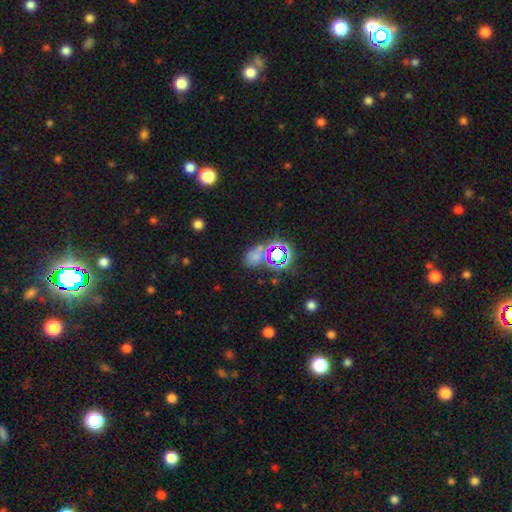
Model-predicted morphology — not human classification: smooth_or_featured: smooth (p=0.48) [alt: star or artifact p=0.40]
merging: none (p=0.55) [alt: minor disturbance p=0.17]